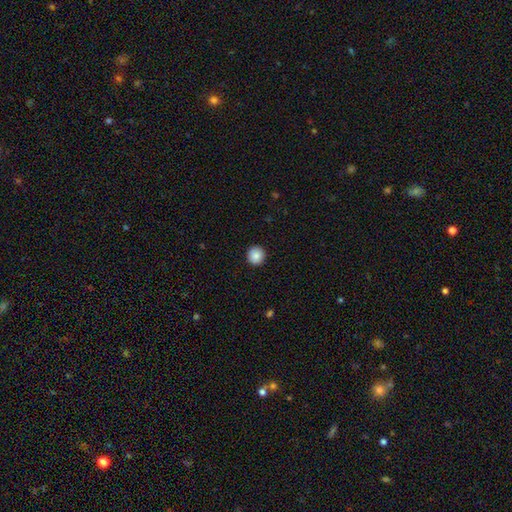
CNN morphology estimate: Smooth or featured? Predicted: smooth (p=0.87). How rounded? Predicted: round (p=0.94). Merging? Predicted: none (p=0.92).